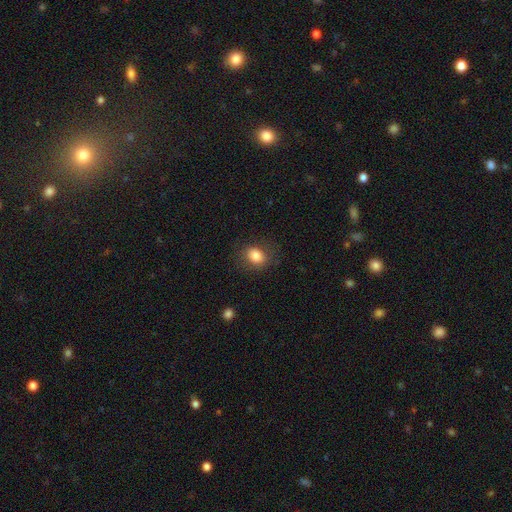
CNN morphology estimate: Overall: smooth (83%). How rounded: in between (57%; round 42%). Merging: none (81%).